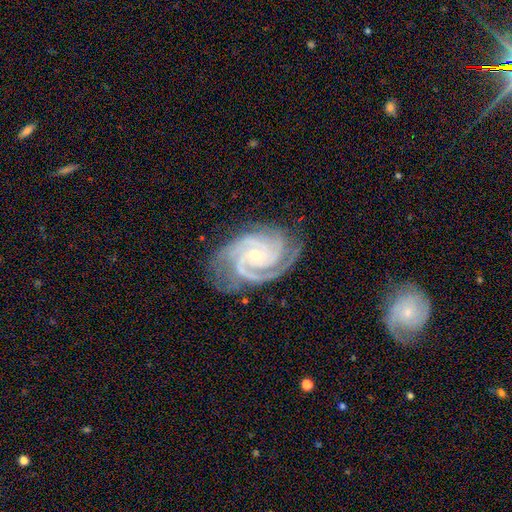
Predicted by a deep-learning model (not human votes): Overall: featured or disk (93%). Edge-on disk: no (98%). Bar: no (63%; weak 25%). Spiral arms: yes (99%). Spiral arm count: 3 (48%; 4 20%). Spiral winding: tight (69%). Bulge size: small (71%). Merging: none (75%).